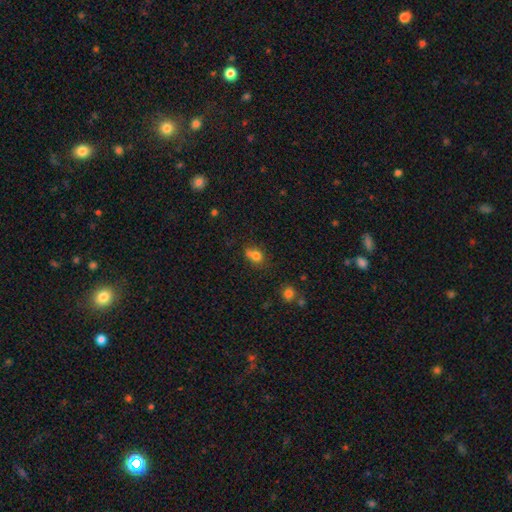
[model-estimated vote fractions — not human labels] Smooth or featured?
  - smooth: 77% *
  - star or artifact: 13%
  - featured or disk: 10%
How rounded?
  - round: 60% *
  - in between: 39%
  - cigar-shaped: 1%
Merging?
  - none: 44% *
  - merger: 33%
  - minor disturbance: 17%
  - major disturbance: 6%